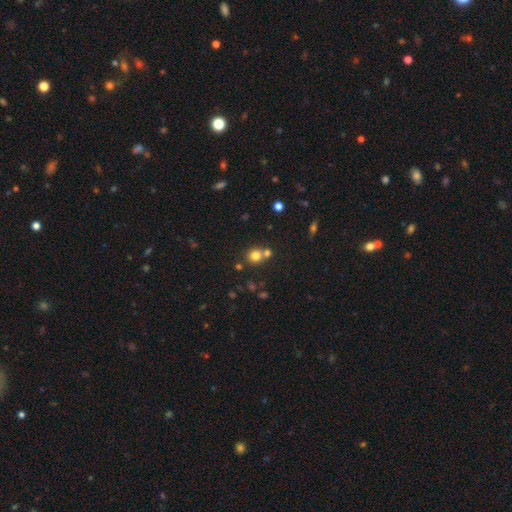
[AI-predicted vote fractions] Smooth or featured?
  - smooth: 77% *
  - star or artifact: 14%
  - featured or disk: 9%
How rounded?
  - round: 86% *
  - in between: 13%
  - cigar-shaped: 1%
Merging?
  - none: 56% *
  - merger: 34%
  - minor disturbance: 7%
  - major disturbance: 3%